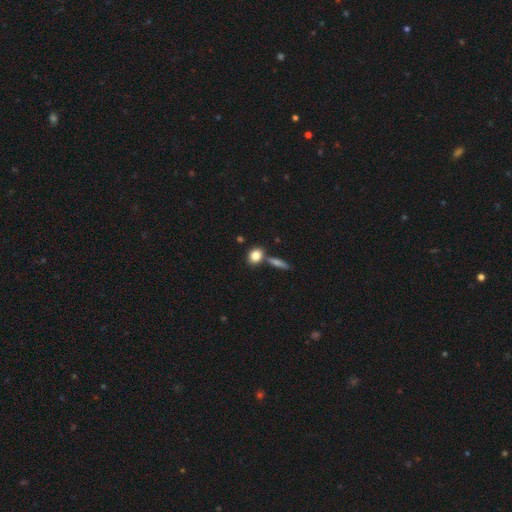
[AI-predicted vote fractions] This is clearly a smooth galaxy (83%). How rounded: possibly round (51%). Merging: likely none (65%).